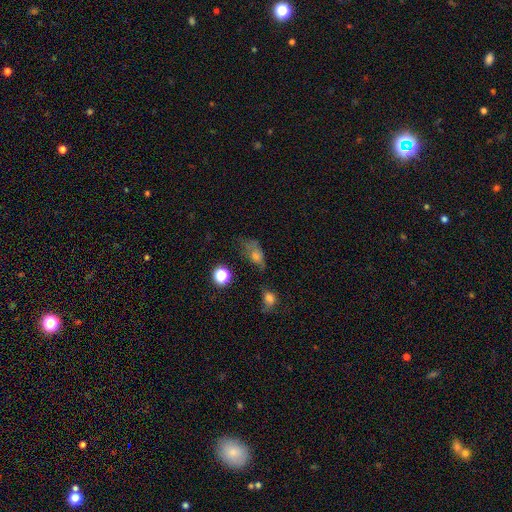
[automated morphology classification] Smooth or featured? Predicted: smooth (p=0.55). How rounded? Predicted: in between (p=0.71). Merging? Predicted: none (p=0.36).